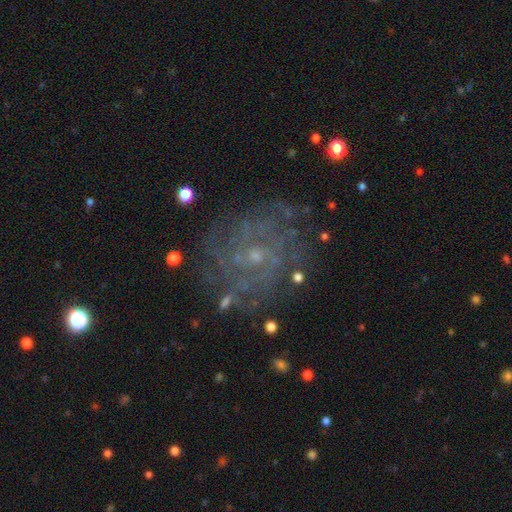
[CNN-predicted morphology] type=featured or disk (79%); edge-on=no (98%); bar=no (73%); spiral arms=yes (89%); winding=tight (61%); arm count=can't tell (42%); bulge=small (75%); merging=none (75%).